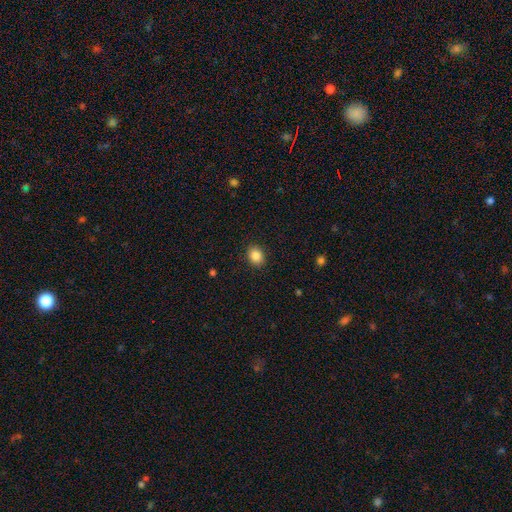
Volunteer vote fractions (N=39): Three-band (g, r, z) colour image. It shows a smooth galaxy with no disk features (97%) that is round (66%). Merging: none (85%).